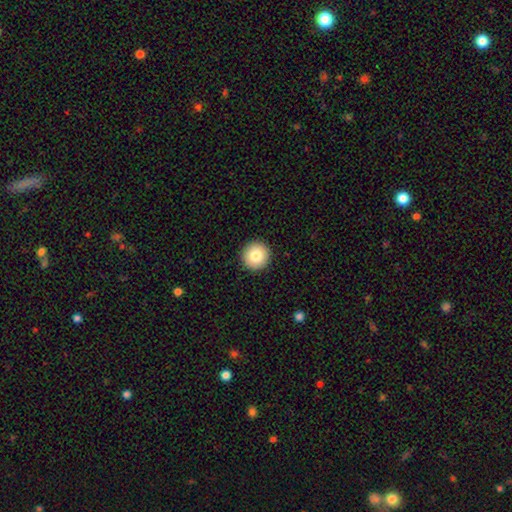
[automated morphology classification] This appears to be a smooth galaxy with no disk features (82%) that is round (96%). Merging: none (93%).